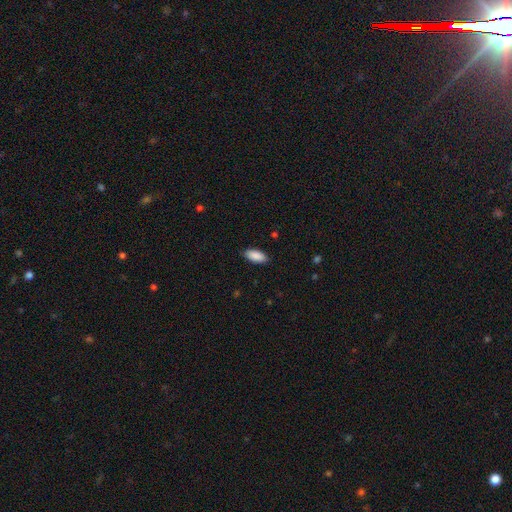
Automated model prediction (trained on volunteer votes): Morphology: type=smooth (90%); roundness=in between (88%); merging=none (88%).